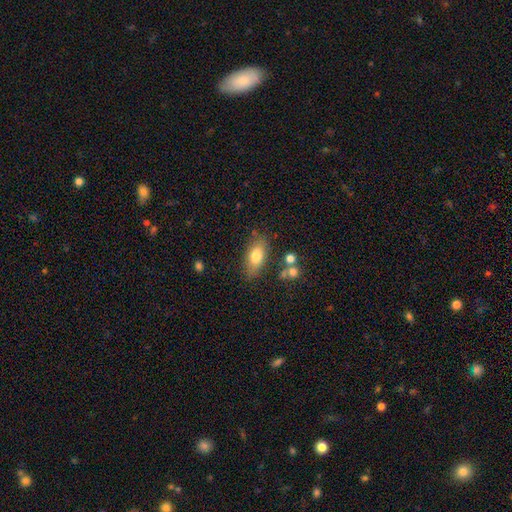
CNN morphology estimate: smooth 76%, featured or disk 17%, star or artifact 8%. Down the decision tree: how rounded — in between (84%); merging — none (76%).